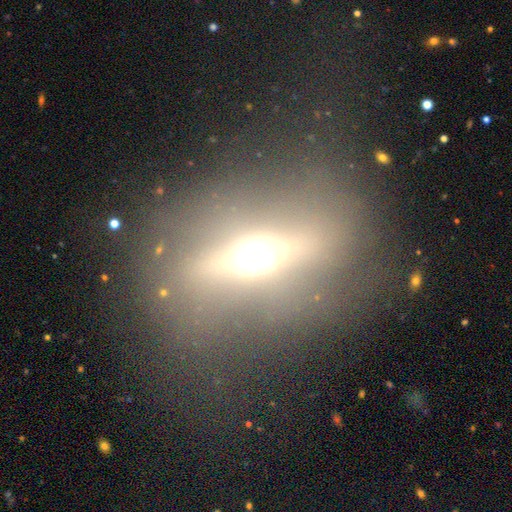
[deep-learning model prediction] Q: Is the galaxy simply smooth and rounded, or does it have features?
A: featured or disk — 66%.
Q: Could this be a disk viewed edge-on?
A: yes — 71%.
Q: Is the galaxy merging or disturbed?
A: none — 77%.